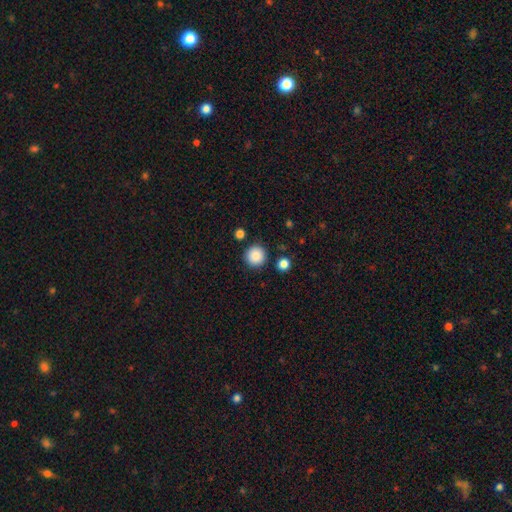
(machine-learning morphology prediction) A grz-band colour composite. It shows a smooth galaxy with no disk features (87%) that is round (95%). Merging: none (89%).